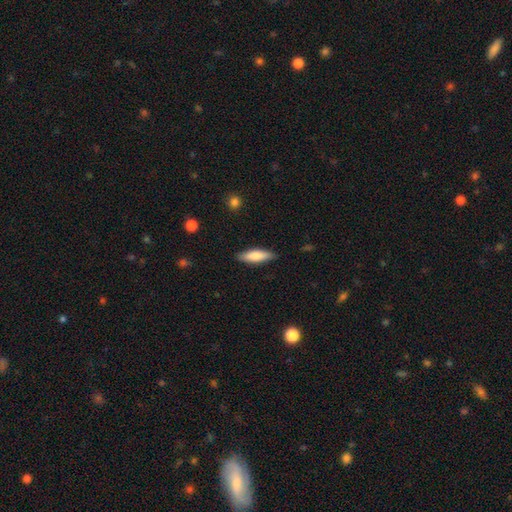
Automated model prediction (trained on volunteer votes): This appears to be a smooth galaxy with no disk features (76%) that is cigar-shaped (59%). Merging: none (87%).